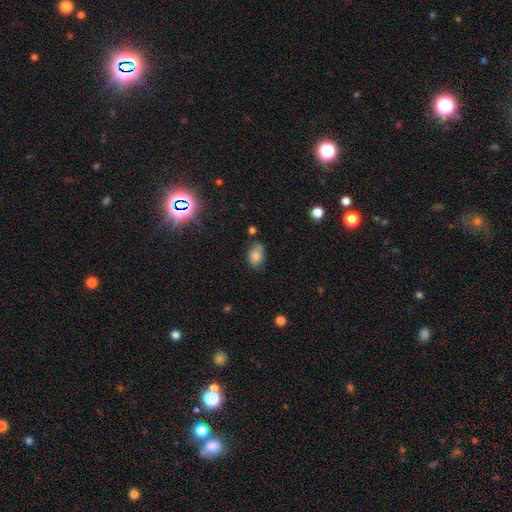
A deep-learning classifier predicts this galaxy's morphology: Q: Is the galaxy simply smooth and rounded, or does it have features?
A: smooth — 76%.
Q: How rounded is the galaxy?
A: in between — 78%.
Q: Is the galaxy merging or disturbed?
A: none — 64%.